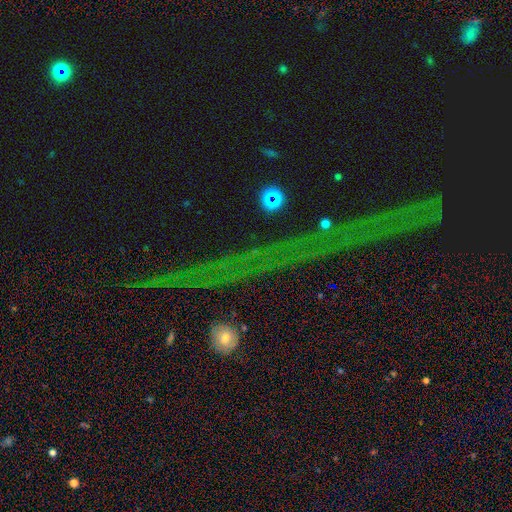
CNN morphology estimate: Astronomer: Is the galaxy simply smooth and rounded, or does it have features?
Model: star or artifact — 81%.